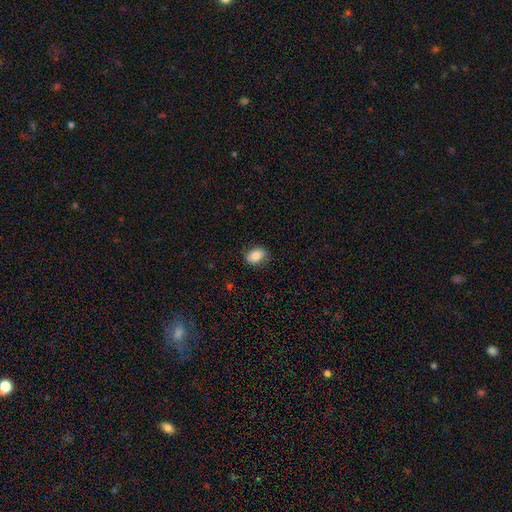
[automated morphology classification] A smooth galaxy with no disk features (83%) that is in between round and cigar-shaped (79%).

Vote fractions:
- Smooth or featured? smooth: 83% / featured or disk: 9% / star or artifact: 8%
- How rounded? in between: 79% / round: 19% / cigar-shaped: 1%
- Merging? none: 81% / minor disturbance: 14% / major disturbance: 3% / merger: 1%